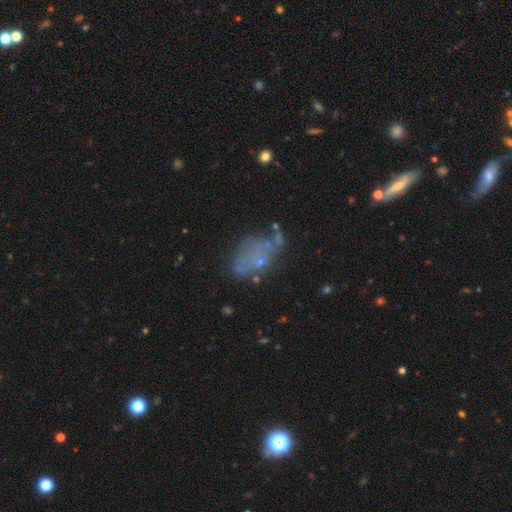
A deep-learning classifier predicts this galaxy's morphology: This appears to be a smooth galaxy with no disk features (43%). Merging: none (45%).